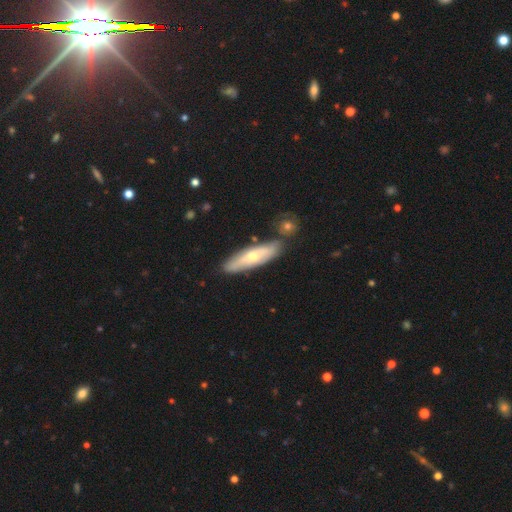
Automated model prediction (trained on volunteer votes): This is possibly a featured or disk galaxy (47%). Merging: likely none (78%).